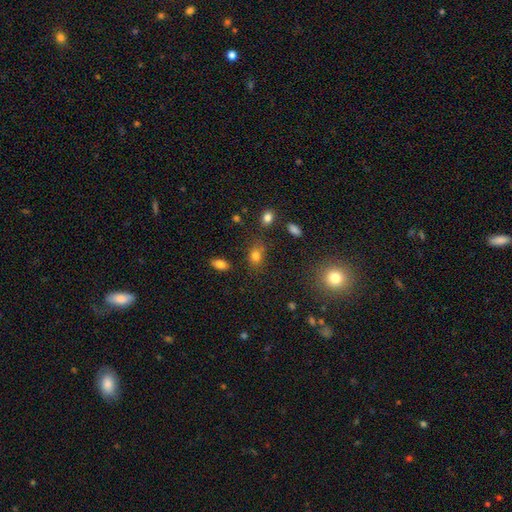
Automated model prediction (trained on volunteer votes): Q: Smooth or featured?
A: smooth (78%); runner-up: star or artifact (14%)
Q: How rounded?
A: in between (65%); runner-up: round (33%)
Q: Merging?
A: none (66%); runner-up: minor disturbance (20%)